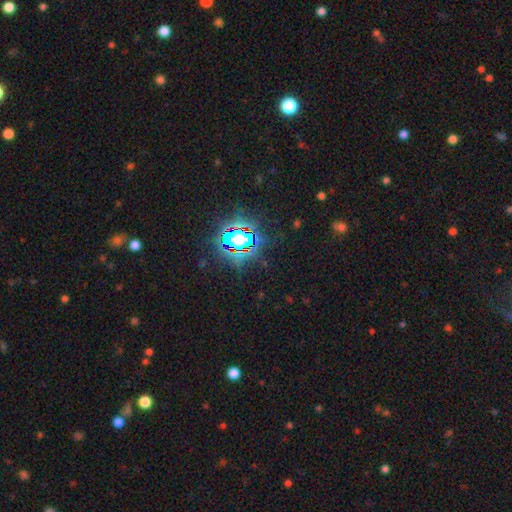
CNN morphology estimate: smooth-or-featured: star or artifact: 83% | smooth: 10% | featured or disk: 7%